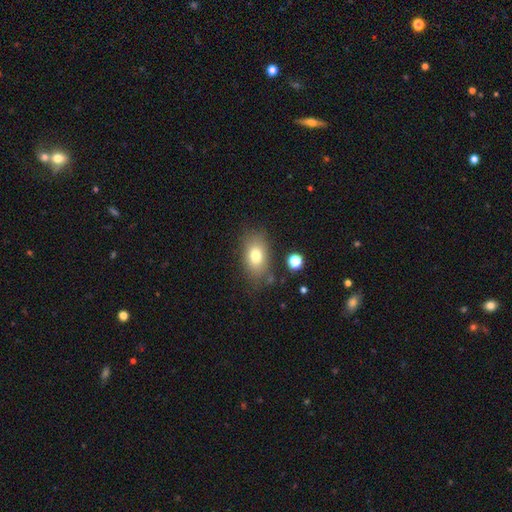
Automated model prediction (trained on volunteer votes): smooth 76%, featured or disk 14%, star or artifact 10%. Down the decision tree: how rounded — in between (85%); merging — none (75%).